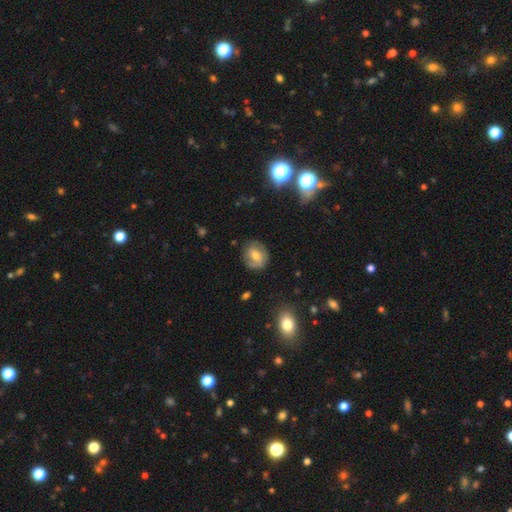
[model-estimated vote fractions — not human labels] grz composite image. It shows a featured or disk galaxy (46%). Merging: none (77%).